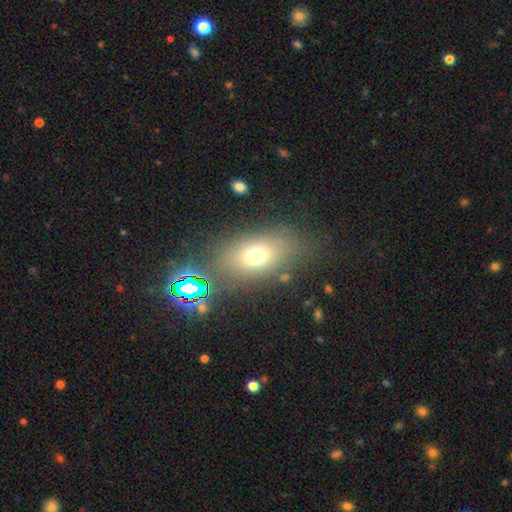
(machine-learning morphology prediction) A smooth galaxy with no disk features (66%) that is in between round and cigar-shaped (74%).

Vote fractions:
- Smooth or featured? smooth: 66% / star or artifact: 18% / featured or disk: 16%
- How rounded? in between: 74% / round: 22% / cigar-shaped: 3%
- Merging? none: 74% / minor disturbance: 13% / major disturbance: 7% / merger: 6%